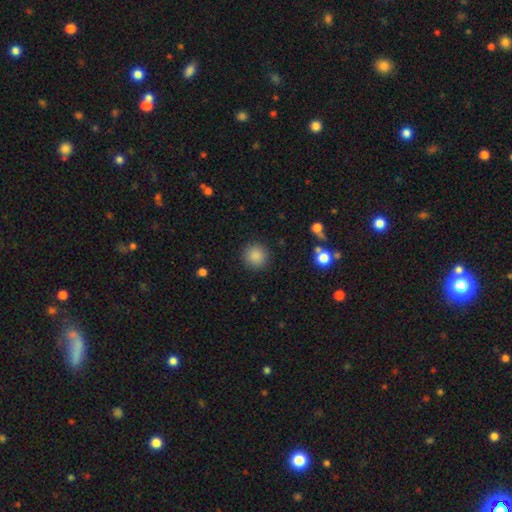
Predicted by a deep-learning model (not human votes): This appears to be a smooth galaxy with no disk features (87%) that is round (94%). Merging: none (91%).